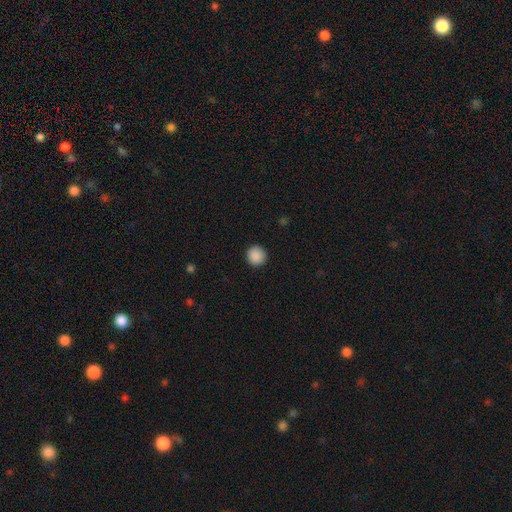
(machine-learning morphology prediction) The model was most divided on "smooth or featured": smooth: 89%, star or artifact: 9%, featured or disk: 2%. More confident: how rounded — round (95%); merging — none (92%).